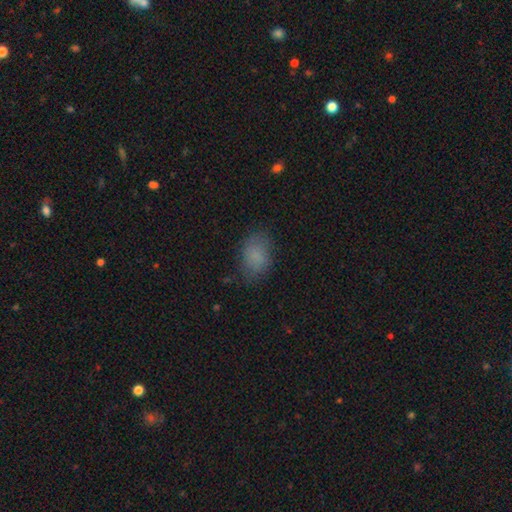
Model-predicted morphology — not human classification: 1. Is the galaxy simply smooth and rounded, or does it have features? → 83% smooth, 10% star or artifact, 7% featured or disk.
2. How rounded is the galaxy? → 82% in between, 17% round, 1% cigar-shaped.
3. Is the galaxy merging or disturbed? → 74% none, 19% minor disturbance, 6% major disturbance, 1% merger.